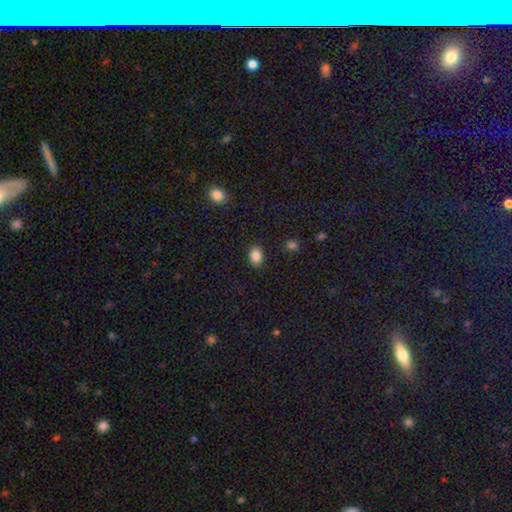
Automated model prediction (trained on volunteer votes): The model was most divided on "how rounded": in between: 80%, round: 19%, cigar-shaped: 1%. More confident: merging — none (87%); smooth or featured — smooth (87%).